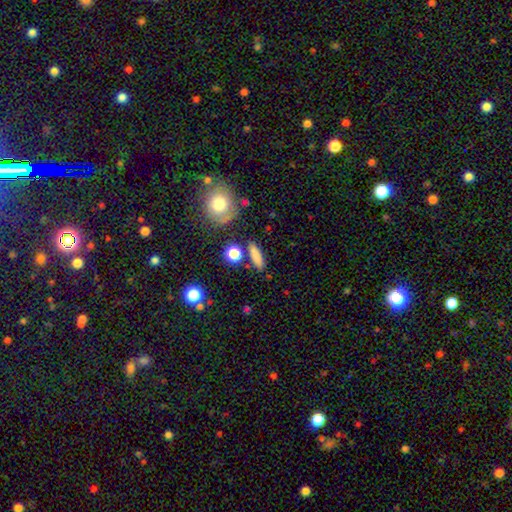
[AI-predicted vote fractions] A smooth galaxy with no disk features (80%) that is cigar-shaped (54%). Merging: none (81%).